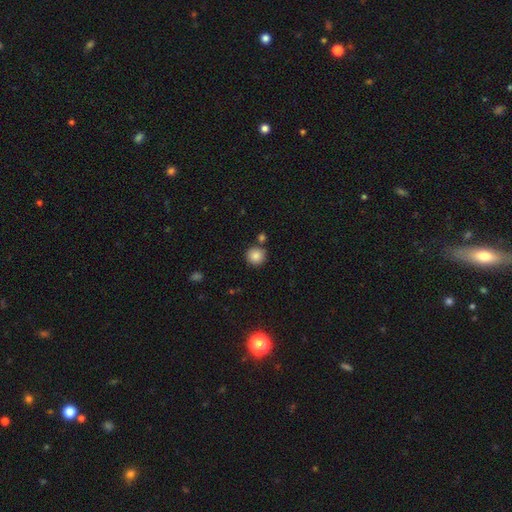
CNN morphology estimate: Smooth or featured?
  - smooth: 85% *
  - star or artifact: 10%
  - featured or disk: 5%
How rounded?
  - round: 93% *
  - in between: 6%
  - cigar-shaped: 1%
Merging?
  - none: 77% *
  - merger: 11%
  - minor disturbance: 9%
  - major disturbance: 3%